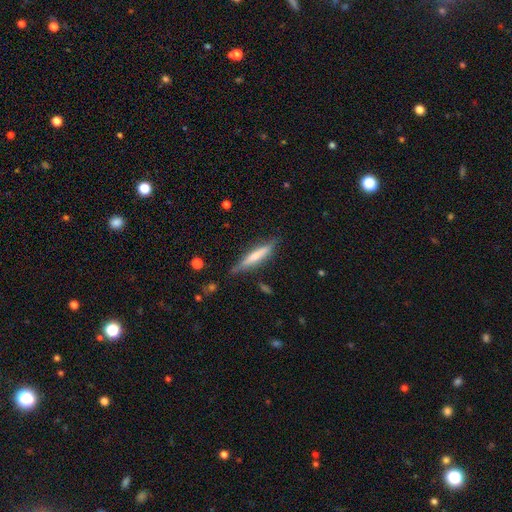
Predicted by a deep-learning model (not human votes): Q: Smooth or featured?
A: smooth (51%); runner-up: featured or disk (43%)
Q: How rounded?
A: cigar-shaped (89%); runner-up: in between (10%)
Q: Merging?
A: none (79%); runner-up: minor disturbance (16%)